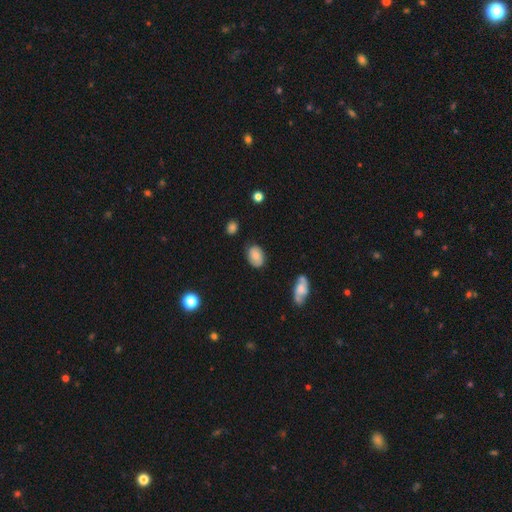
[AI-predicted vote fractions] Q: Smooth or featured?
A: smooth (74%); runner-up: featured or disk (17%)
Q: How rounded?
A: in between (81%); runner-up: round (18%)
Q: Merging?
A: none (77%); runner-up: minor disturbance (17%)